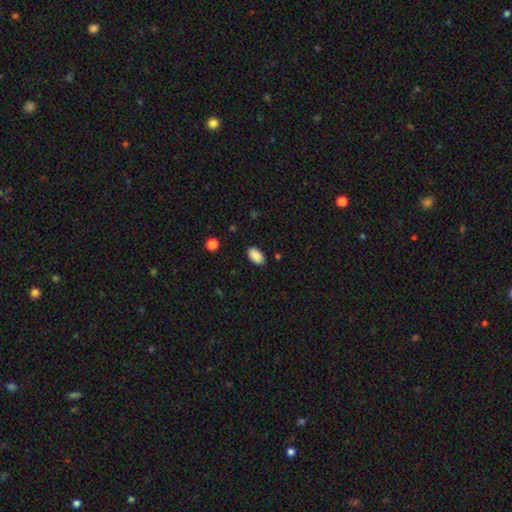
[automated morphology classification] A smooth galaxy with no disk features (89%) that is in between round and cigar-shaped (94%). Merging: none (87%).